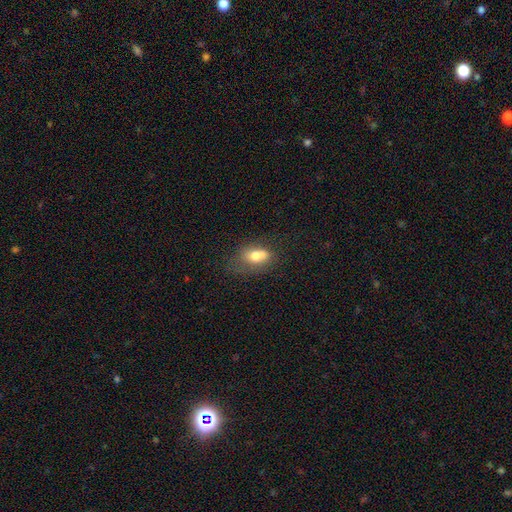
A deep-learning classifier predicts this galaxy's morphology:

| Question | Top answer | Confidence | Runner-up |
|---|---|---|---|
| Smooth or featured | smooth | 68% | featured or disk (22%) |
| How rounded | in between | 72% | round (25%) |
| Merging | merger | 36% | none (32%) |